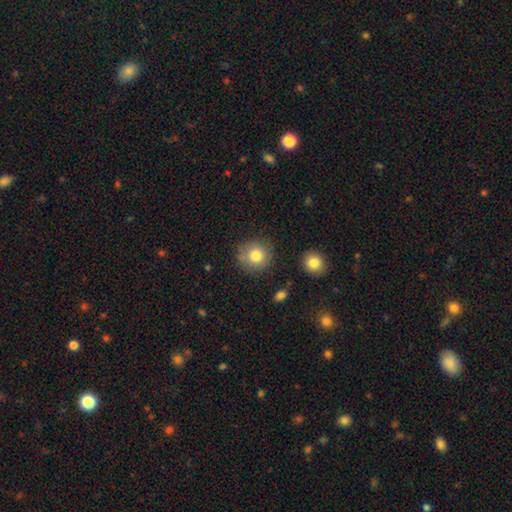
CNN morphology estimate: Smooth or featured? smooth (80%)
How rounded? round (90%)
Merging? none (81%)